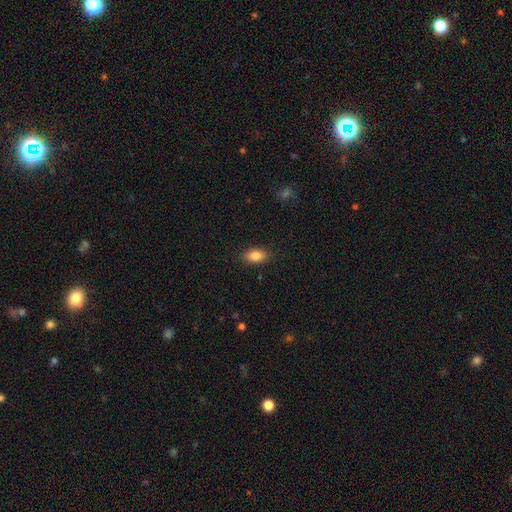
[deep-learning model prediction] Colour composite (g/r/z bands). It shows a smooth galaxy with no disk features (82%) that is in between round and cigar-shaped (86%). Merging: none (87%).